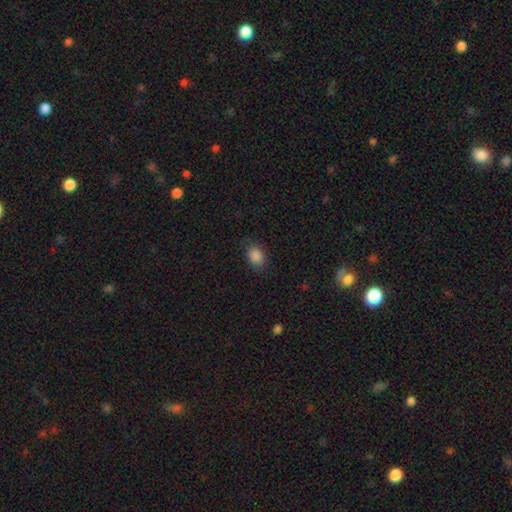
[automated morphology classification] smooth_or_featured: smooth (p=0.86) [alt: star or artifact p=0.10]
how_rounded: in between (p=0.66) [alt: round p=0.33]
merging: none (p=0.80) [alt: minor disturbance p=0.15]